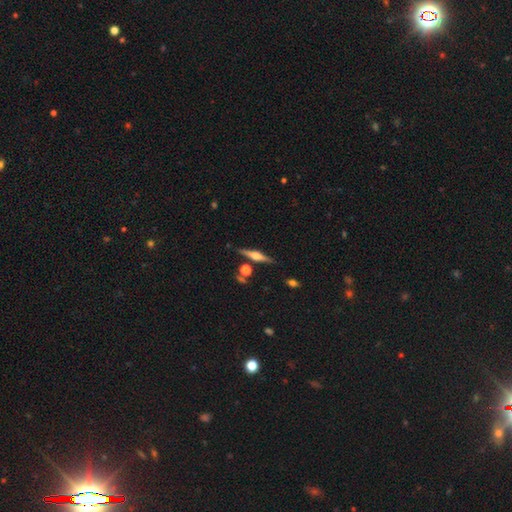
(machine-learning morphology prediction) A featured or disk galaxy (74%) viewed edge-on (97%) with a rounded central bulge (90%).

Vote fractions:
- Smooth or featured? featured or disk: 74% / smooth: 19% / star or artifact: 7%
- Edge-on disk? yes: 97% / no: 3%
- Edge-on bulge? rounded: 90% / boxy: 7% / none: 3%
- Merging? none: 84% / minor disturbance: 9% / merger: 5% / major disturbance: 2%